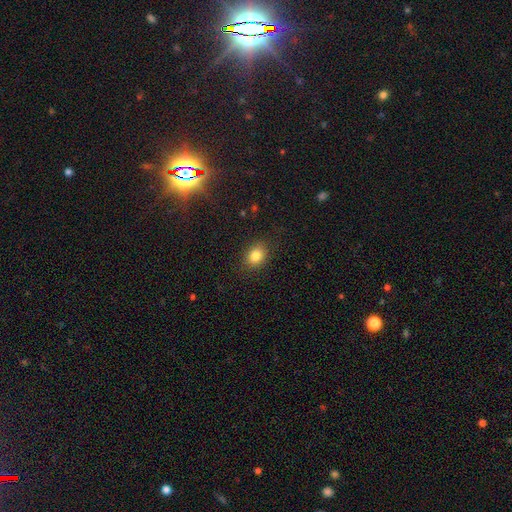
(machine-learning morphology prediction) The model was most divided on "how rounded": in between: 53%, round: 46%, cigar-shaped: 1%. More confident: merging — none (86%); smooth or featured — smooth (83%).